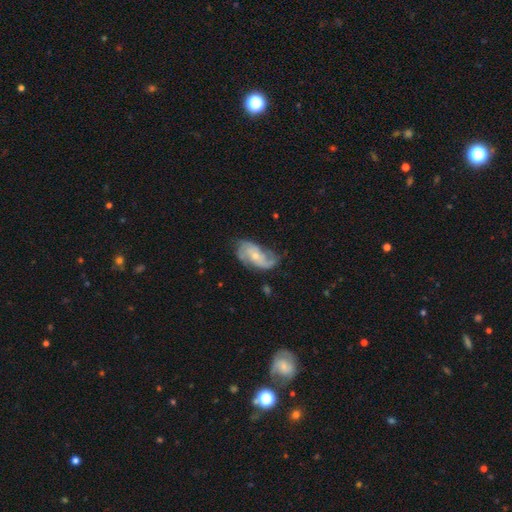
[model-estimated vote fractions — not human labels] Smooth or featured? featured or disk (76%)
Edge-on disk? no (96%)
Bar? no (67%)
Spiral arms? yes (92%)
Spiral winding? medium (43%)
Spiral arm count? 2 (56%)
Bulge size? small (60%)
Merging? none (57%)